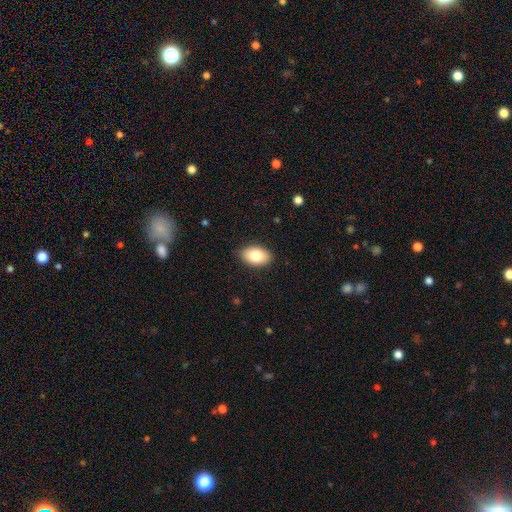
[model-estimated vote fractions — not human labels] smooth 80%, featured or disk 12%, star or artifact 7%. Down the decision tree: how rounded — in between (90%); merging — none (85%).